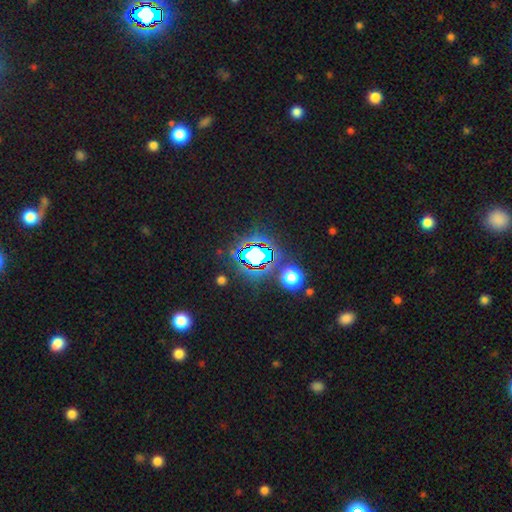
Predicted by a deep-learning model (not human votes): Smooth or featured?
  - star or artifact: 70% *
  - smooth: 17%
  - featured or disk: 12%